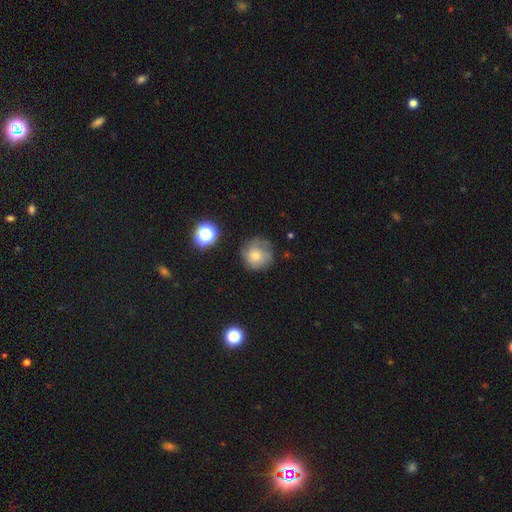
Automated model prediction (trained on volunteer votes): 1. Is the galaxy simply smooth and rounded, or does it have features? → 61% smooth, 26% featured or disk, 12% star or artifact.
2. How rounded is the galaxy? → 89% round, 10% in between, 1% cigar-shaped.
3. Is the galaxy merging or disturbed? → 64% none, 23% minor disturbance, 10% major disturbance, 3% merger.